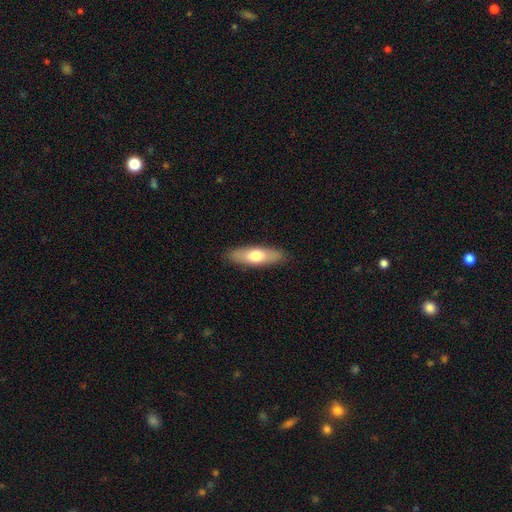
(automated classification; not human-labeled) Q: Smooth or featured?
A: smooth (66%); runner-up: featured or disk (29%)
Q: How rounded?
A: cigar-shaped (51%); runner-up: in between (47%)
Q: Merging?
A: none (88%); runner-up: minor disturbance (9%)